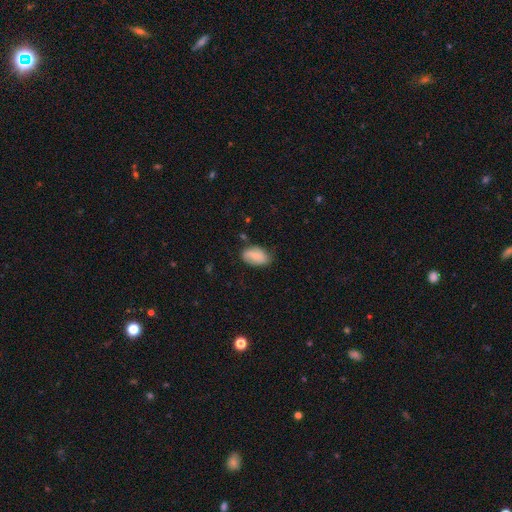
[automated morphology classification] smooth-or-featured: smooth: 67% | featured or disk: 26% | star or artifact: 7%
  how-rounded: in between: 91% | round: 7% | cigar-shaped: 2%
  merging: none: 64% | minor disturbance: 28% | major disturbance: 6% | merger: 2%